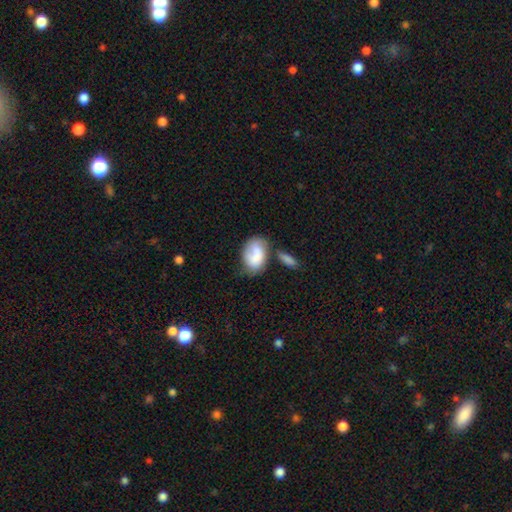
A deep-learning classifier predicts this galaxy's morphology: This is likely a smooth galaxy (71%). How rounded: clearly in between (83%). Merging: marginally none (38%).